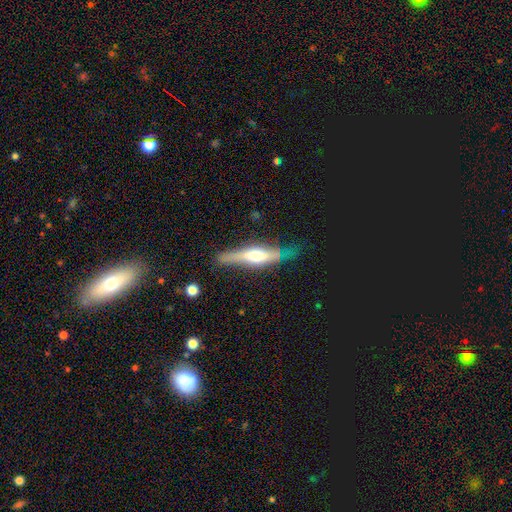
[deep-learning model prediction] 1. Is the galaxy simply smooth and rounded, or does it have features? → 61% featured or disk, 34% smooth, 6% star or artifact.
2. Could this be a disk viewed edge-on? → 86% yes, 14% no.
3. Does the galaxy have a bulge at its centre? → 78% rounded, 15% boxy, 7% none.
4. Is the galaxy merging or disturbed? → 63% none, 25% minor disturbance, 9% major disturbance, 3% merger.